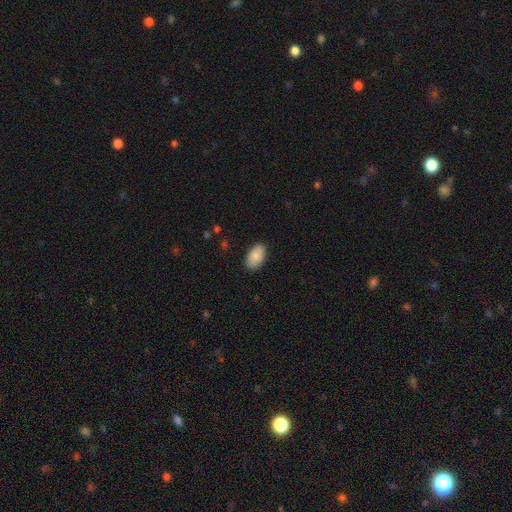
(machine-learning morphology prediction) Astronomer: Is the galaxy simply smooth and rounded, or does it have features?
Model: smooth — 87%.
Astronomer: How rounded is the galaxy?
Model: in between — 94%.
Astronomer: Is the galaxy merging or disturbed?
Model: none — 86%.